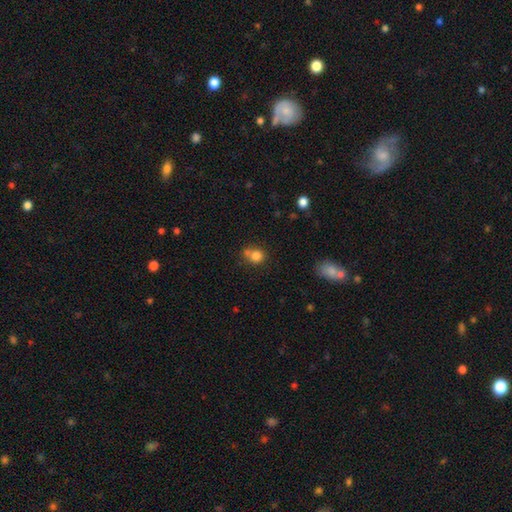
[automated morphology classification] Smooth or featured: smooth — 80% (star or artifact — 12%)
How rounded: round — 82% (in between — 17%)
Merging: none — 51% (merger — 31%)